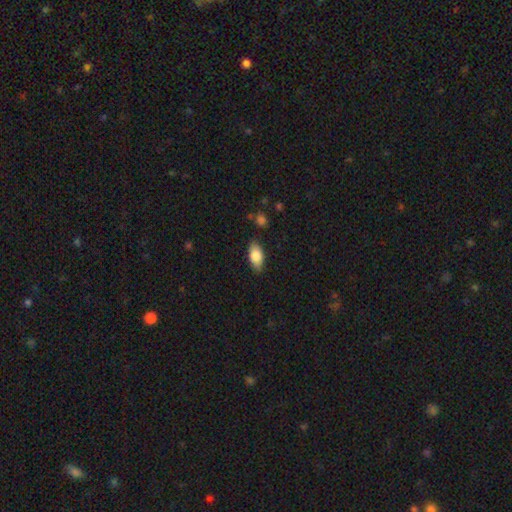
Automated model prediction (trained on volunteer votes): Overall: smooth (81%). How rounded: in between (90%). Merging: none (85%).